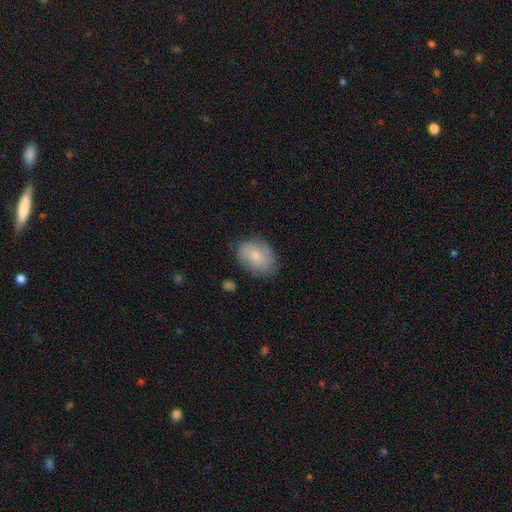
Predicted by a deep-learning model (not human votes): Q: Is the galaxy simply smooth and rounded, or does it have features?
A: smooth — 66%.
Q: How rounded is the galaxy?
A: in between — 76%.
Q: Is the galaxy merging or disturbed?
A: none — 74%.